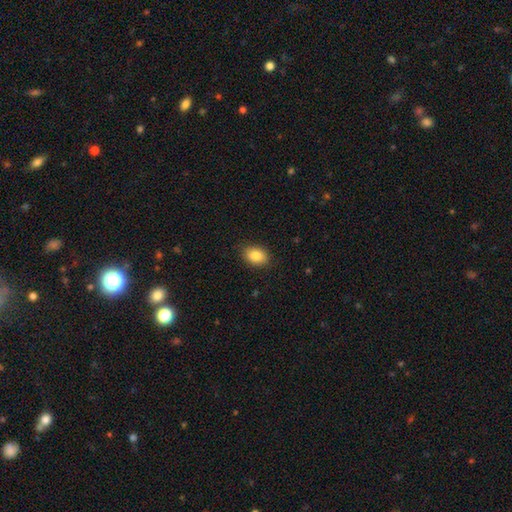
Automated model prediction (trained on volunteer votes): A smooth galaxy with no disk features (86%) that is in between round and cigar-shaped (78%). Merging: none (88%).